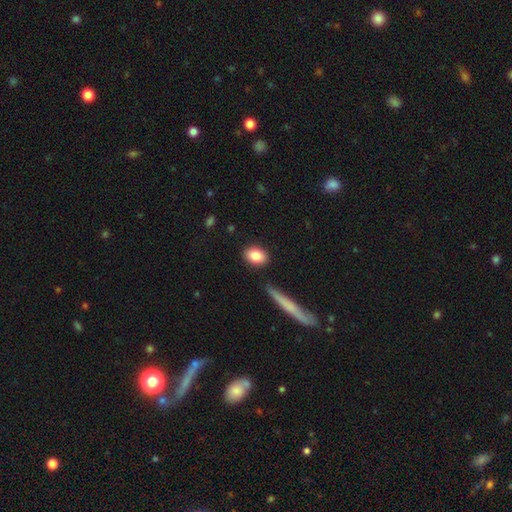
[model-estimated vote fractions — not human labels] Smooth or featured? Predicted: smooth (p=0.83). How rounded? Predicted: in between (p=0.71). Merging? Predicted: none (p=0.88).